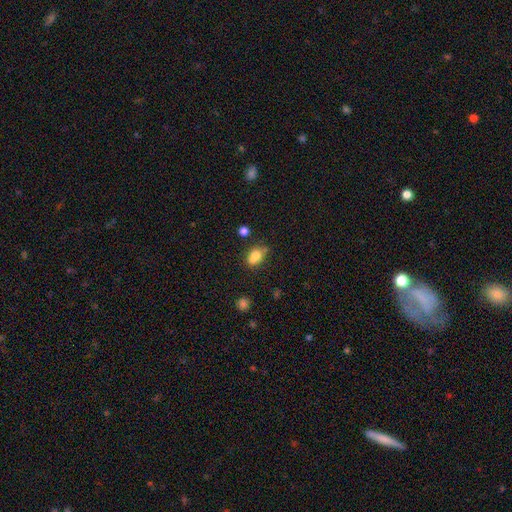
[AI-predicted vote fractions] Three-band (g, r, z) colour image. It shows a smooth galaxy with no disk features (76%) that is in between round and cigar-shaped (75%). Merging: none (51%).